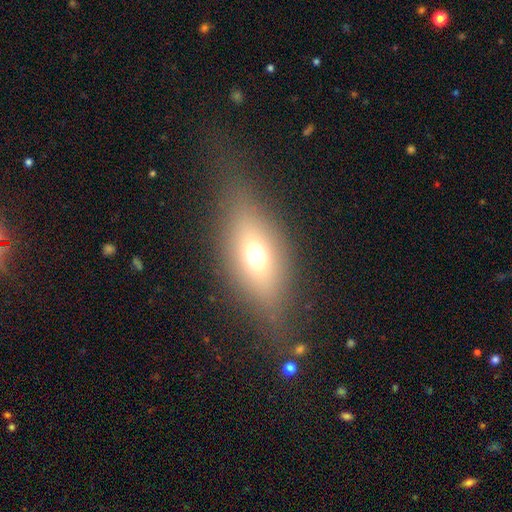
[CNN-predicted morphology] Overall: smooth (59%; featured or disk 26%). How rounded: in between (73%). Merging: none (75%).